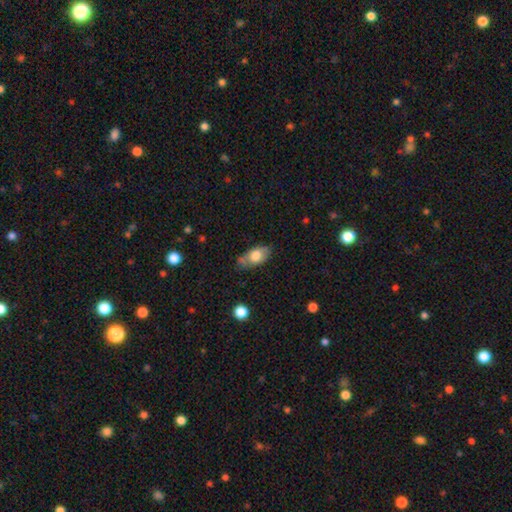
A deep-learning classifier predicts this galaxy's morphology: smooth 71%, featured or disk 22%, star or artifact 7%. Down the decision tree: how rounded — in between (89%); merging — none (61%).